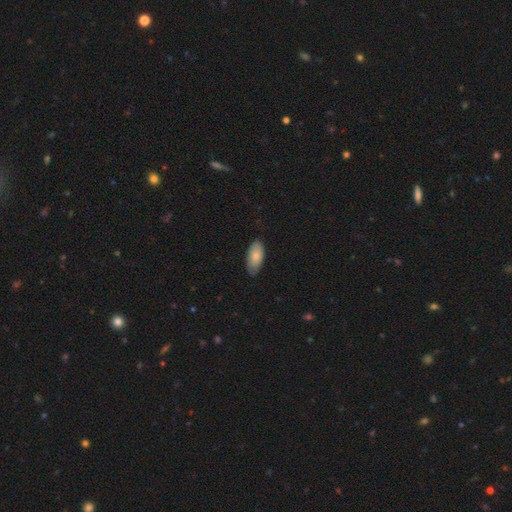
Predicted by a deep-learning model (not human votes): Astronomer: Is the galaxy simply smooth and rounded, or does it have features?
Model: smooth — 81%.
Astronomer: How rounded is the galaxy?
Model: in between — 91%.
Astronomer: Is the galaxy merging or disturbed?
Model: none — 79%.